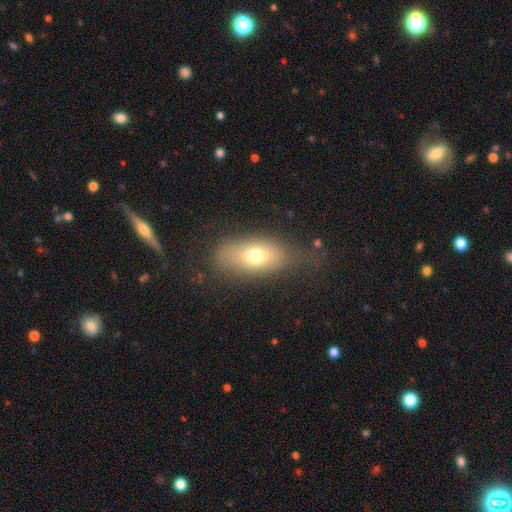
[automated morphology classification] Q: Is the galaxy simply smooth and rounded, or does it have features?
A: smooth — 69%.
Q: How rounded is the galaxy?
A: in between — 84%.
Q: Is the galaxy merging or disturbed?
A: none — 57%.